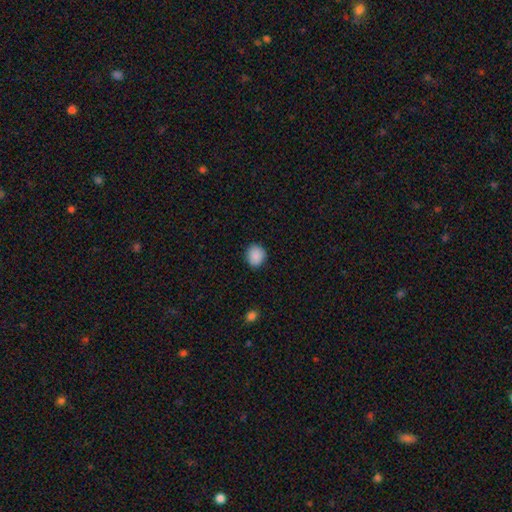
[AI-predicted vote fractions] Morphology: type=smooth (89%); roundness=round (73%); merging=none (84%).